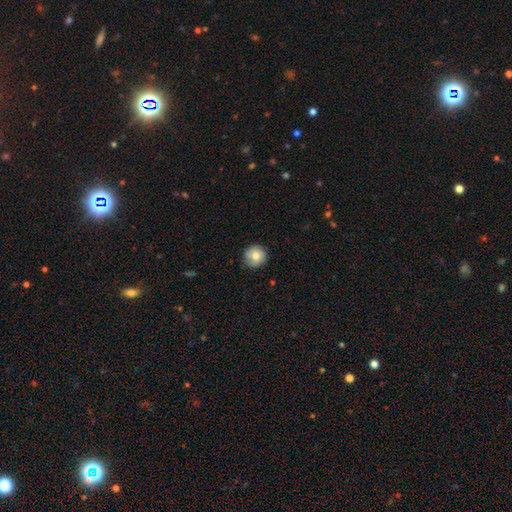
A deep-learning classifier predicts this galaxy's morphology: This appears to be a smooth galaxy with no disk features (75%) that is round (91%). Merging: none (80%).